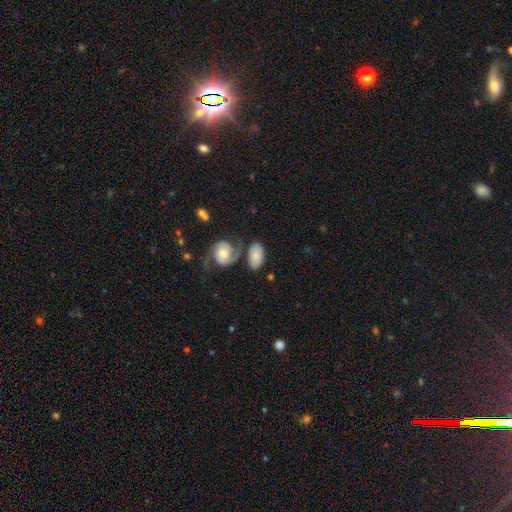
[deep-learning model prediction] Smooth or featured? smooth (57%)
How rounded? in between (89%)
Merging? none (47%)